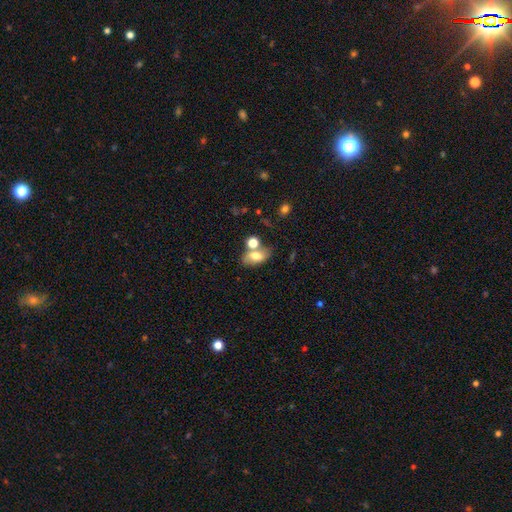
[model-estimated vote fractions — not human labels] This is likely a smooth galaxy (68%). How rounded: clearly in between (85%). Merging: possibly none (53%).